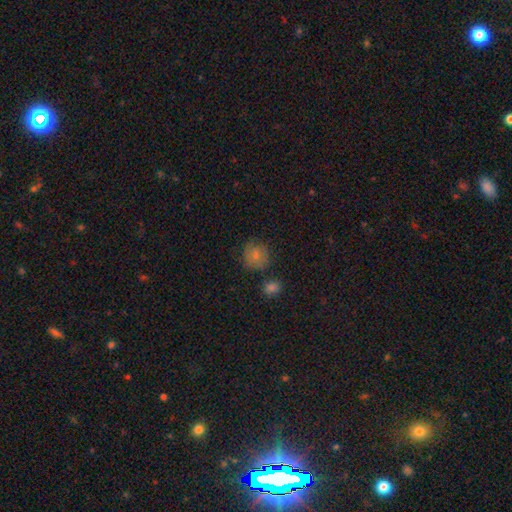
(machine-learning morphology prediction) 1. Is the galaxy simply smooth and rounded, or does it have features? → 80% smooth, 10% featured or disk, 10% star or artifact.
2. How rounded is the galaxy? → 87% round, 12% in between, 1% cigar-shaped.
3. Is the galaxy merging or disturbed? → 72% none, 17% minor disturbance, 7% merger, 5% major disturbance.